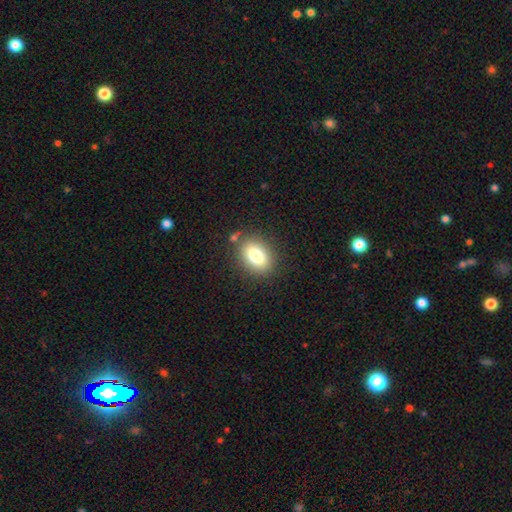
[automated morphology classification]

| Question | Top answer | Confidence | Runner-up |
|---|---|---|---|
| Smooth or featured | smooth | 80% | featured or disk (10%) |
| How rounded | in between | 75% | round (24%) |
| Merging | none | 82% | minor disturbance (10%) |